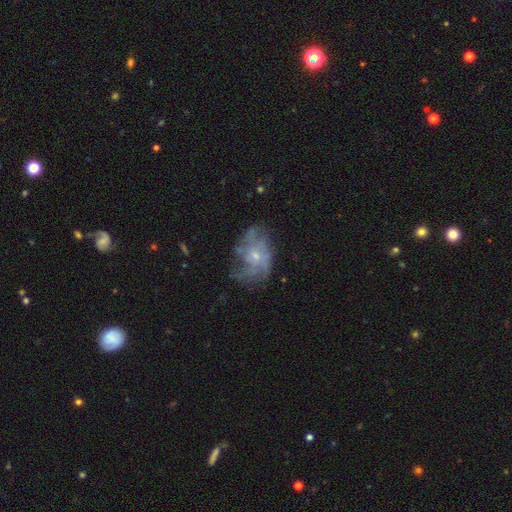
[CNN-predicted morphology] type=featured or disk (69%); edge-on=no (97%); bar=no (80%); spiral arms=yes (73%); bulge=small (70%); merging=none (51%).